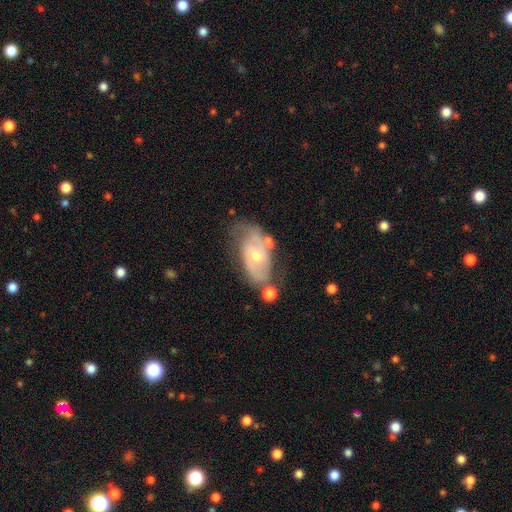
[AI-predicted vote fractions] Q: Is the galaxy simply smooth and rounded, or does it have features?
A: featured or disk — 75%.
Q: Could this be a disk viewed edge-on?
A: no — 94%.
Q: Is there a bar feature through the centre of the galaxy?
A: no — 66%.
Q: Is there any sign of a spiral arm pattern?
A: yes — 80%.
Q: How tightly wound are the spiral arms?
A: tight — 42%.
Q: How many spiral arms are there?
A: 2 — 66%.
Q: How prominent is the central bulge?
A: moderate — 61%.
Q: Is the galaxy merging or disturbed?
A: none — 54%.